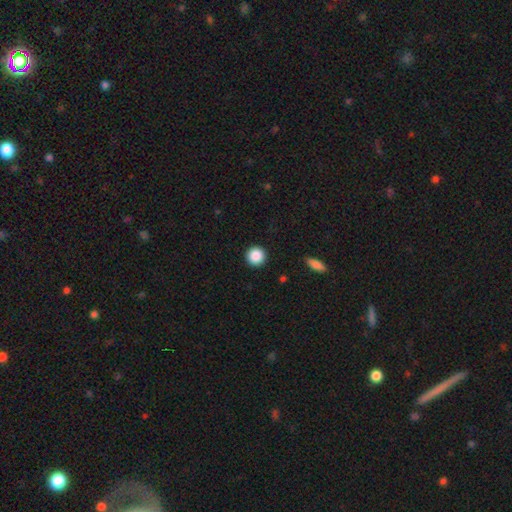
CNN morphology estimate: Smooth or featured? smooth (88%)
How rounded? round (95%)
Merging? none (93%)